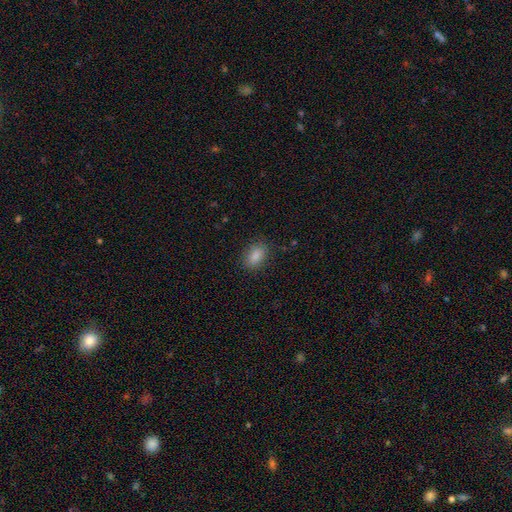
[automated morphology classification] Smooth or featured?
  - smooth: 86% *
  - star or artifact: 9%
  - featured or disk: 5%
How rounded?
  - in between: 85% *
  - round: 13%
  - cigar-shaped: 2%
Merging?
  - none: 86% *
  - minor disturbance: 10%
  - major disturbance: 3%
  - merger: 1%